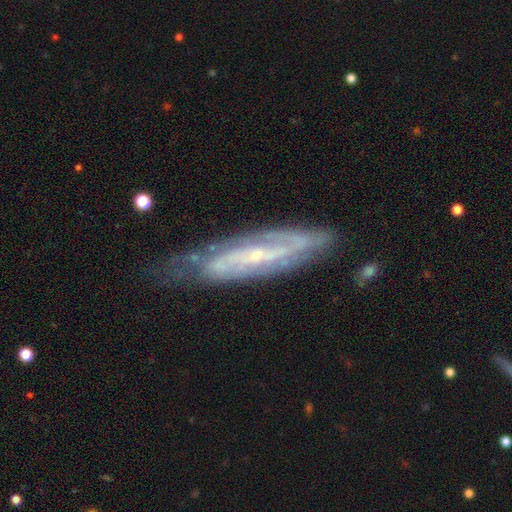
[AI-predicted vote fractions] Overall: featured or disk (83%). Edge-on disk: no (75%). Bar: weak (37%; no 32%). Spiral arms: yes (91%). Spiral arm count: 2 (54%; can't tell 30%). Spiral winding: tight (45%; medium 40%). Bulge size: small (76%). Merging: none (66%).